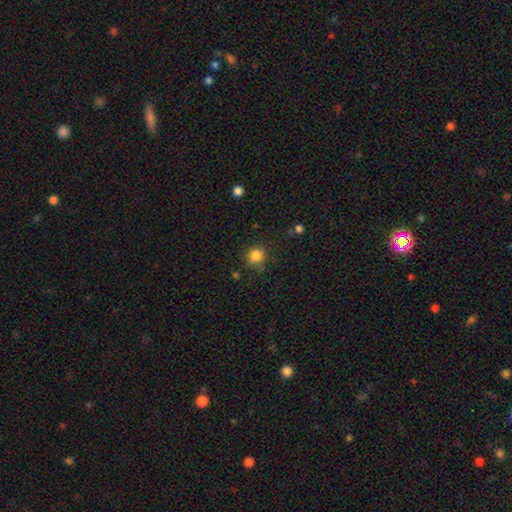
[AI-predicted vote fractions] smooth 84%, star or artifact 12%, featured or disk 4%. Down the decision tree: how rounded — round (90%); merging — none (81%).